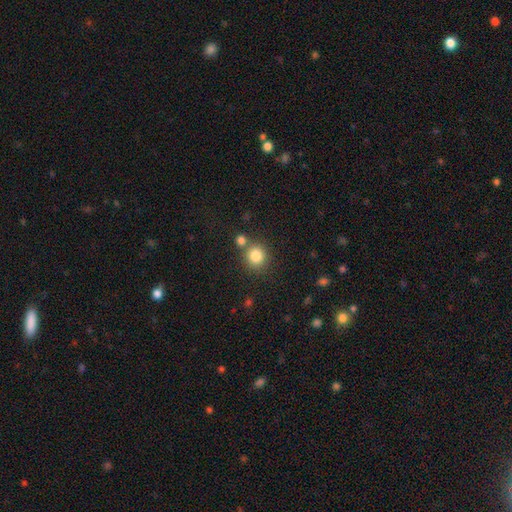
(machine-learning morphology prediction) Smooth or featured? smooth (83%)
How rounded? round (89%)
Merging? none (69%)